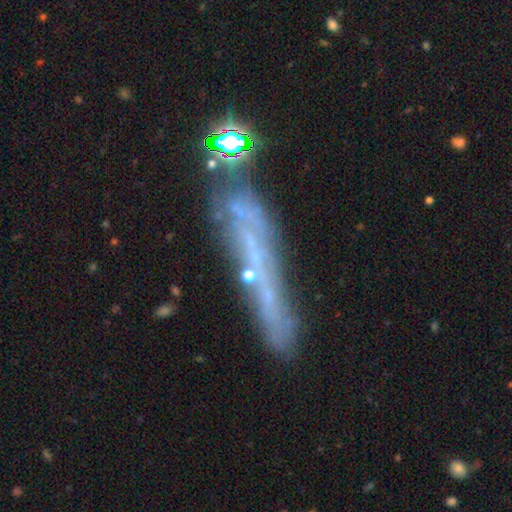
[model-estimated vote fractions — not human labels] featured or disk 52%, smooth 26%, star or artifact 23%. Down the decision tree: edge-on disk — yes (62%); merging — none (64%).